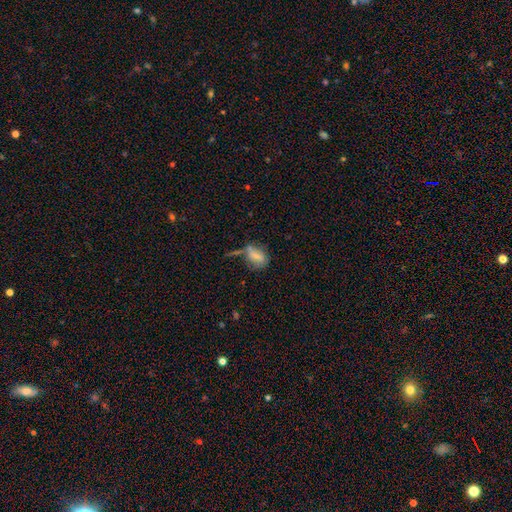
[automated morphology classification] Smooth or featured? smooth (67%)
How rounded? in between (79%)
Merging? none (41%)